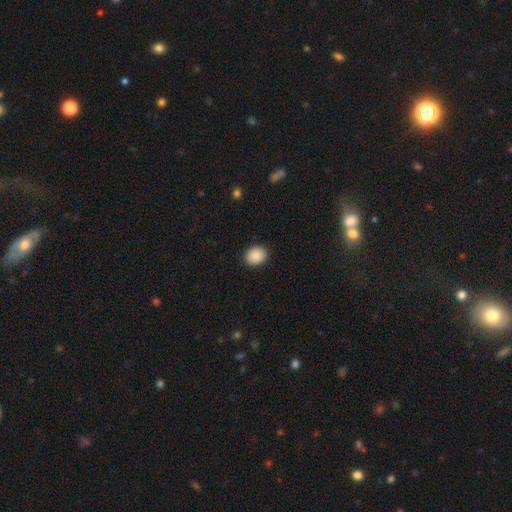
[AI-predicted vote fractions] smooth_or_featured: smooth (p=0.89) [alt: star or artifact p=0.08]
how_rounded: in between (p=0.52) [alt: round p=0.48]
merging: none (p=0.90) [alt: minor disturbance p=0.07]